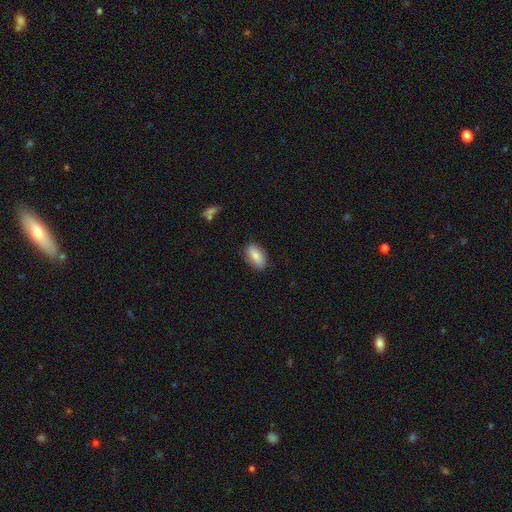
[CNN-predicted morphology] smooth_or_featured: smooth (p=0.83) [alt: featured or disk p=0.10]
how_rounded: in between (p=0.87) [alt: cigar-shaped p=0.09]
merging: none (p=0.82) [alt: minor disturbance p=0.14]